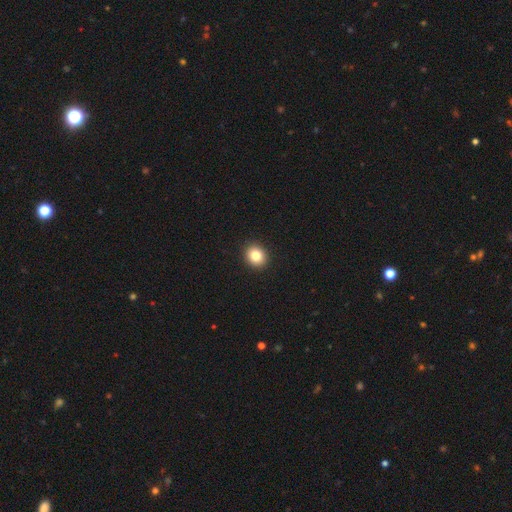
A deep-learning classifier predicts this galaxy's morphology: The model was most divided on "how rounded": round: 71%, in between: 29%, cigar-shaped: 1%. More confident: merging — none (92%); smooth or featured — smooth (83%).